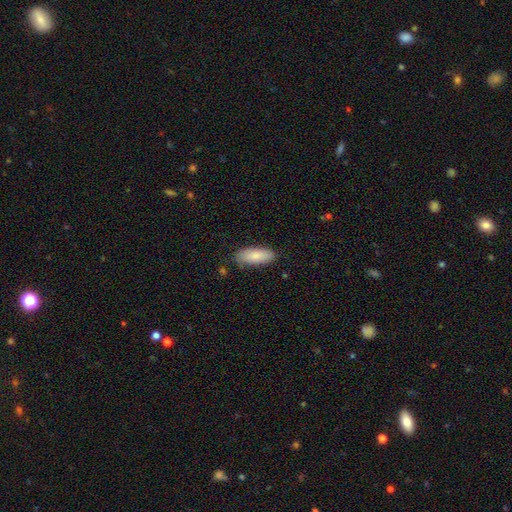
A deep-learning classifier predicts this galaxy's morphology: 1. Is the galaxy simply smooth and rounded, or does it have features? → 84% smooth, 10% featured or disk, 6% star or artifact.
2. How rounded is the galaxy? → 74% in between, 24% cigar-shaped, 2% round.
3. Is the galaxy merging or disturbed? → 82% none, 14% minor disturbance, 3% major disturbance, 2% merger.